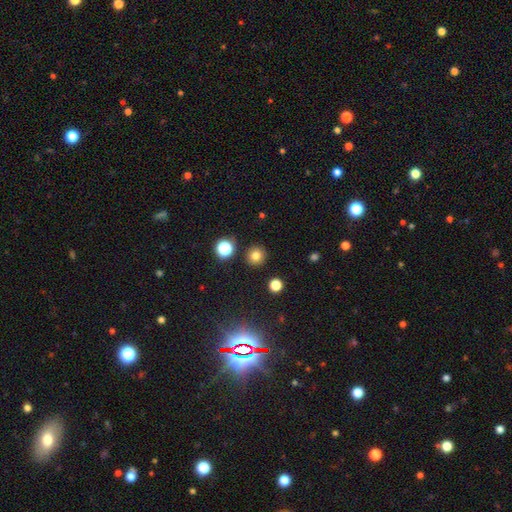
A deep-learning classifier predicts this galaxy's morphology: Smooth or featured? Predicted: smooth (p=0.78). How rounded? Predicted: round (p=0.93). Merging? Predicted: none (p=0.90).